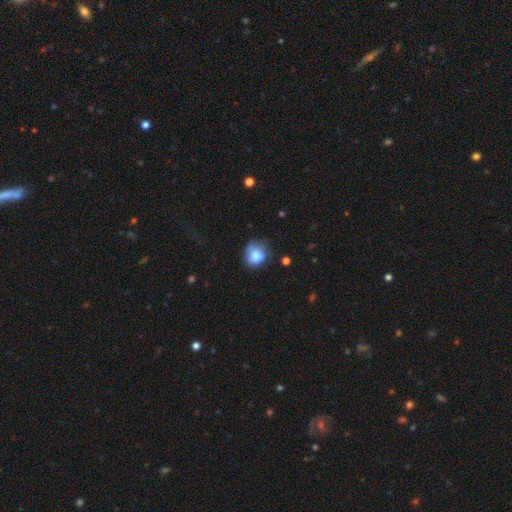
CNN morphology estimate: Overall: smooth (79%). How rounded: round (70%). Merging: none (51%; minor disturbance 32%).